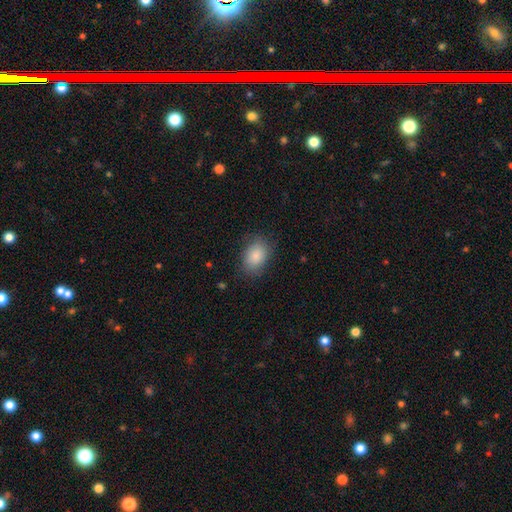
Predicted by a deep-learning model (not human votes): smooth_or_featured: smooth (p=0.86) [alt: star or artifact p=0.07]
how_rounded: in between (p=0.77) [alt: round p=0.22]
merging: none (p=0.80) [alt: minor disturbance p=0.15]